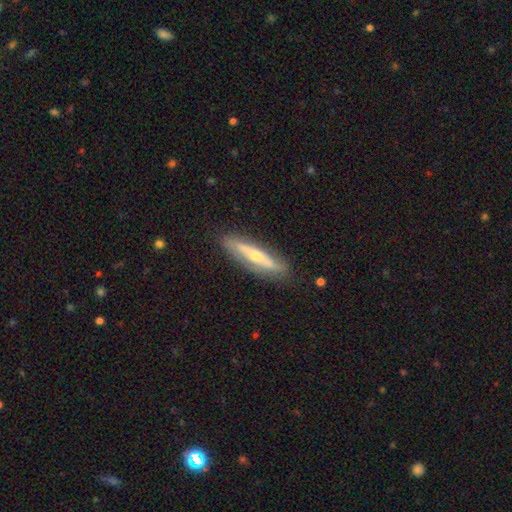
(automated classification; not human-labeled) Morphology: type=featured or disk (63%); edge-on=yes (69%); merging=none (82%).